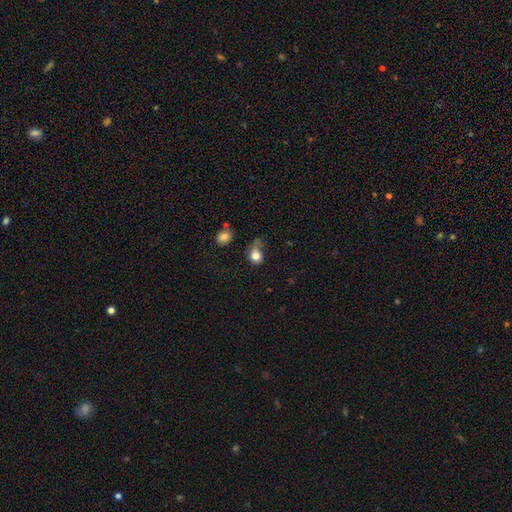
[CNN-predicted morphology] A smooth galaxy with no disk features (80%) that is round (63%). Merging: none (35%).